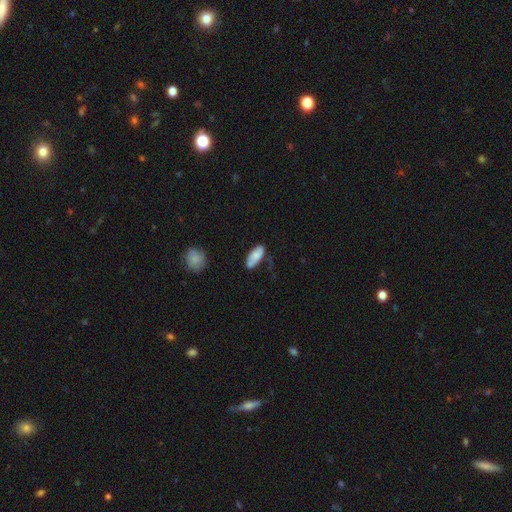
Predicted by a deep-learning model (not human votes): smooth 76%, featured or disk 17%, star or artifact 7%. Down the decision tree: how rounded — in between (85%); merging — none (58%).